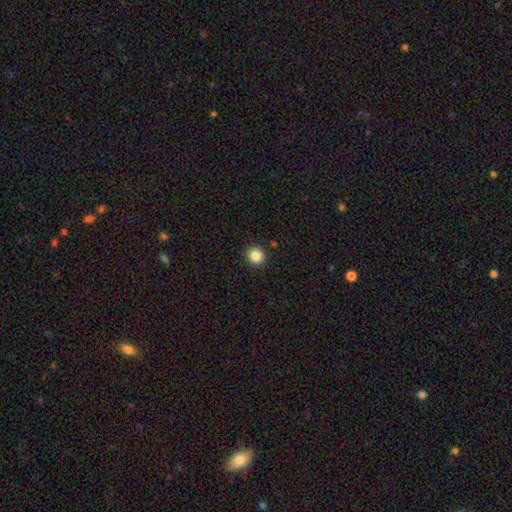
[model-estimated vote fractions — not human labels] The model was most divided on "smooth or featured": smooth: 85%, star or artifact: 11%, featured or disk: 4%. More confident: merging — none (91%); how rounded — round (90%).